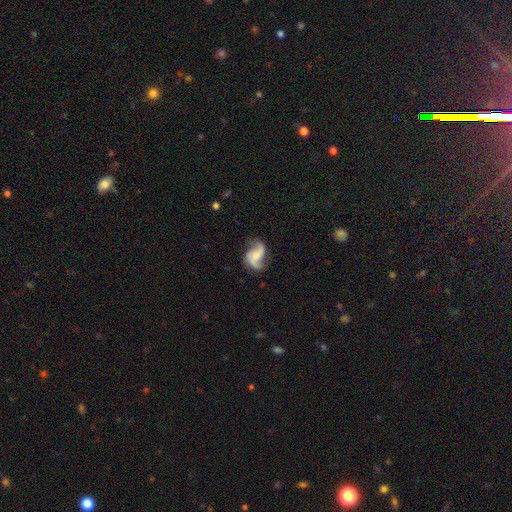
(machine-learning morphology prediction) Smooth or featured? featured or disk (81%)
Edge-on disk? no (98%)
Bar? no (55%)
Spiral arms? yes (96%)
Spiral winding? loose (59%)
Spiral arm count? 2 (83%)
Bulge size? small (35%)
Merging? none (67%)